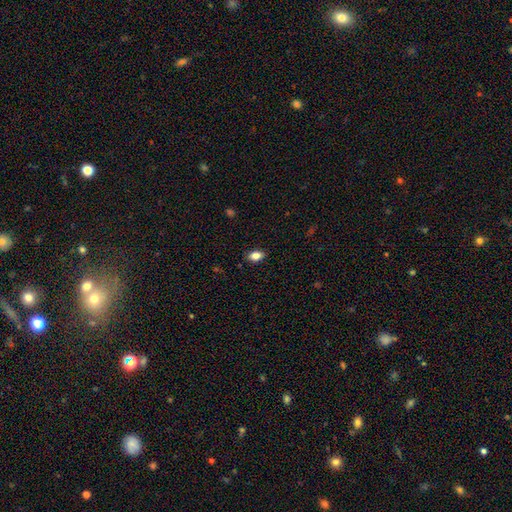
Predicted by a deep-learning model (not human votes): Smooth or featured?
  - smooth: 84% *
  - star or artifact: 9%
  - featured or disk: 7%
How rounded?
  - in between: 86% *
  - round: 12%
  - cigar-shaped: 2%
Merging?
  - none: 87% *
  - minor disturbance: 10%
  - major disturbance: 2%
  - merger: 1%